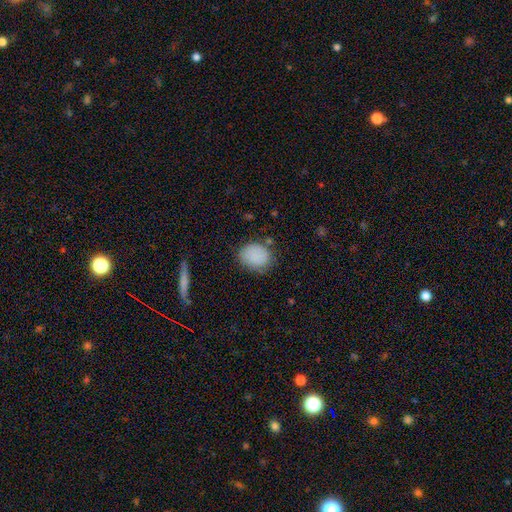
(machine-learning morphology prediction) Smooth or featured? smooth (87%)
How rounded? round (53%)
Merging? none (74%)